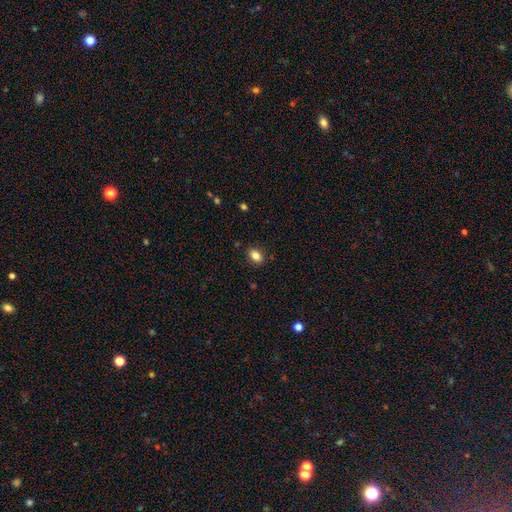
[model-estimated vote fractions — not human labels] Smooth or featured?
  - smooth: 84% *
  - star or artifact: 9%
  - featured or disk: 7%
How rounded?
  - in between: 78% *
  - round: 21%
  - cigar-shaped: 1%
Merging?
  - none: 85% *
  - minor disturbance: 11%
  - major disturbance: 2%
  - merger: 2%